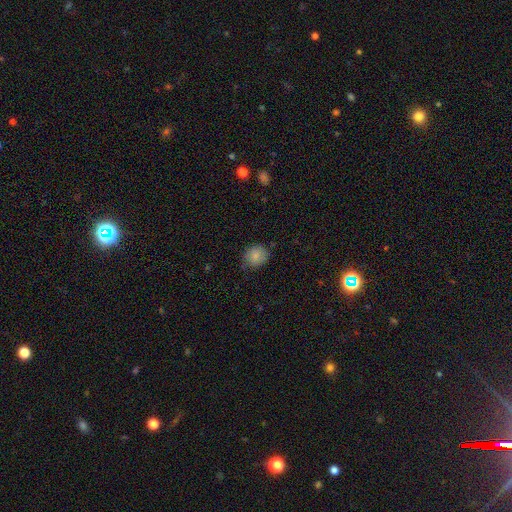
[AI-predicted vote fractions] smooth 85%, star or artifact 9%, featured or disk 7%. Down the decision tree: how rounded — round (72%); merging — none (74%).